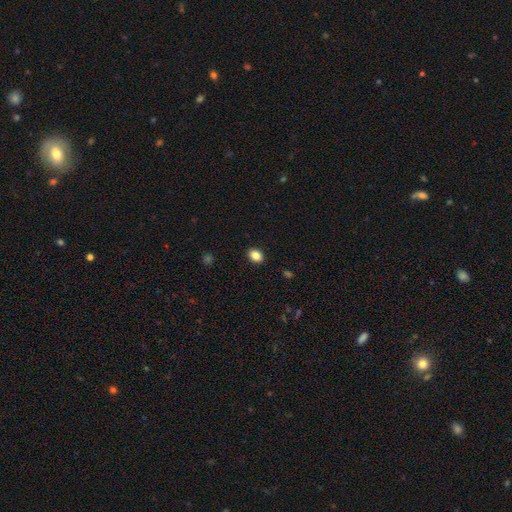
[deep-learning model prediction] smooth-or-featured: smooth: 86% | star or artifact: 9% | featured or disk: 5%
  how-rounded: in between: 70% | round: 28% | cigar-shaped: 1%
  merging: none: 90% | minor disturbance: 7% | major disturbance: 2% | merger: 1%